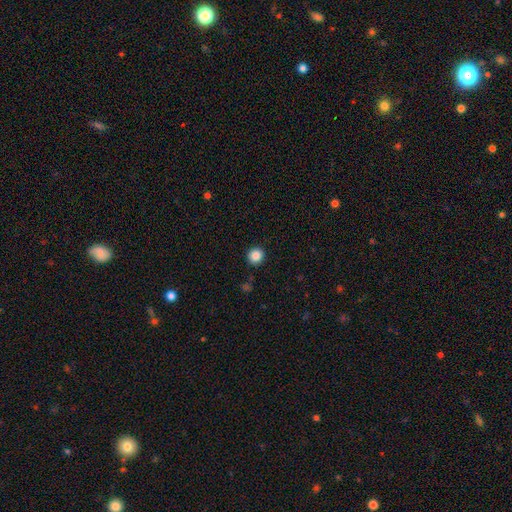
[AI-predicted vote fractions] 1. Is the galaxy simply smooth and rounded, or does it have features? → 86% smooth, 10% star or artifact, 4% featured or disk.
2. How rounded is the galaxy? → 93% round, 6% in between, 1% cigar-shaped.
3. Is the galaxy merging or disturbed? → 92% none, 5% minor disturbance, 2% major disturbance, 1% merger.